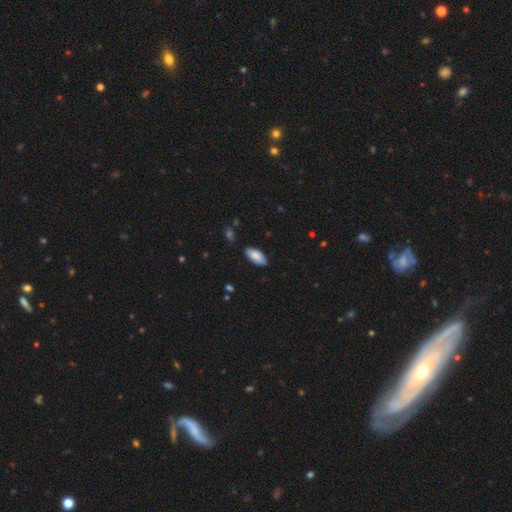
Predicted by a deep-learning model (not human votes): smooth_or_featured: smooth (p=0.85) [alt: featured or disk p=0.09]
how_rounded: in between (p=0.92) [alt: cigar-shaped p=0.06]
merging: none (p=0.84) [alt: minor disturbance p=0.13]